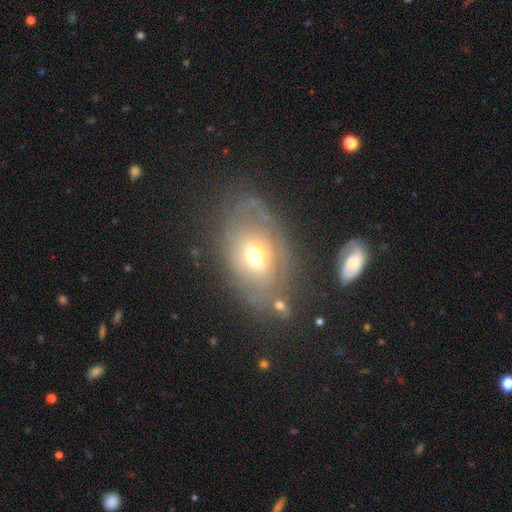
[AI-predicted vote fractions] A featured or disk galaxy (50%).

Vote fractions:
- Smooth or featured? featured or disk: 50% / smooth: 39% / star or artifact: 11%
- Merging? none: 54% / minor disturbance: 22% / major disturbance: 16% / merger: 8%